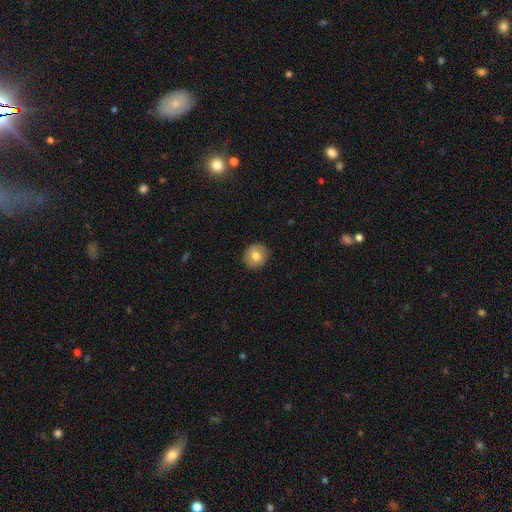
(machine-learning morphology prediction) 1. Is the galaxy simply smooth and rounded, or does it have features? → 74% smooth, 17% featured or disk, 9% star or artifact.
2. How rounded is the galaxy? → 89% round, 10% in between, 1% cigar-shaped.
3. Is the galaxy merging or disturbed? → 90% none, 8% minor disturbance, 2% major disturbance, 1% merger.